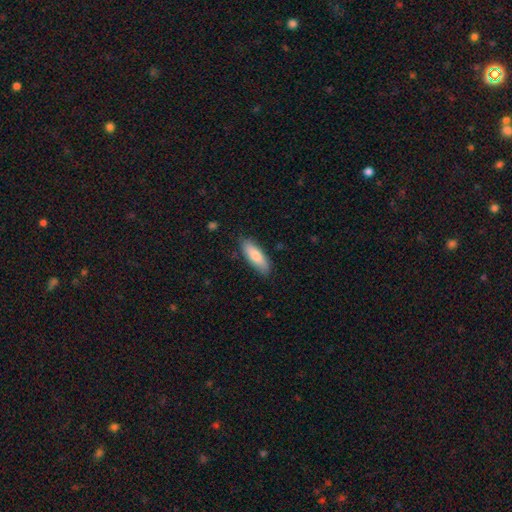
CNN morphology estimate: type=smooth (81%); roundness=in between (60%); merging=none (85%).